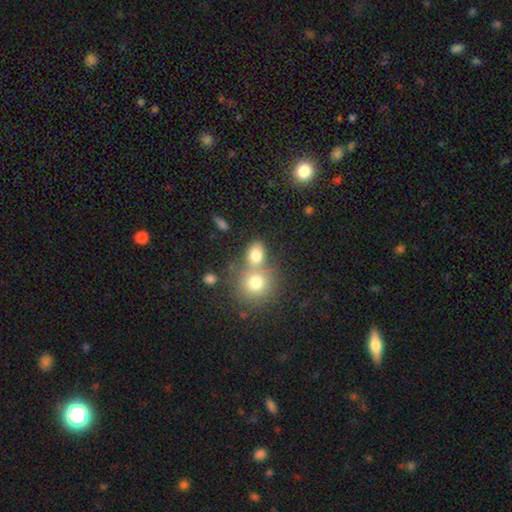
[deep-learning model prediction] Smooth or featured? Predicted: smooth (p=0.78). How rounded? Predicted: in between (p=0.55). Merging? Predicted: merger (p=0.45).